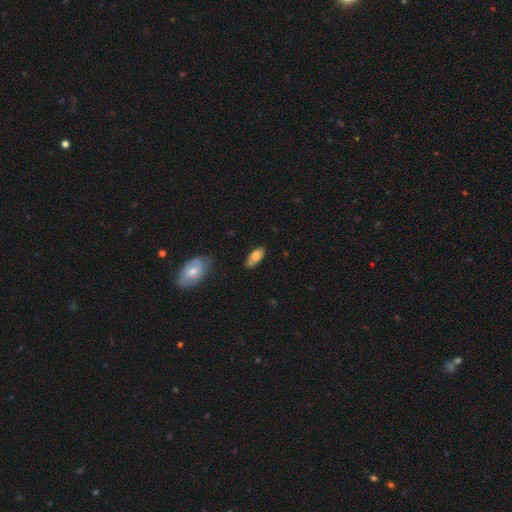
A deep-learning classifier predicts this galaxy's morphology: This is likely a smooth galaxy (71%). How rounded: clearly in between (88%). Merging: likely none (74%).